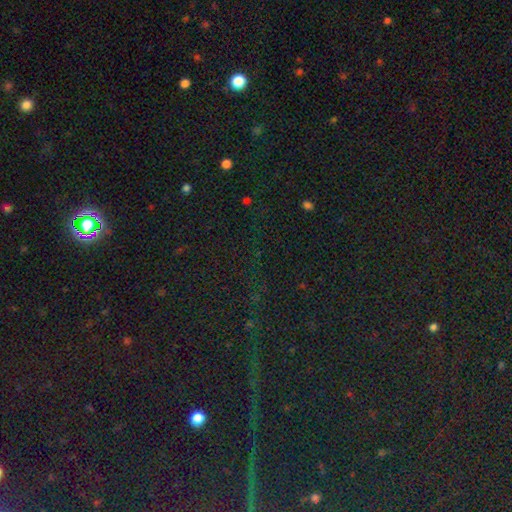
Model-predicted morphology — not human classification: Smooth or featured? star or artifact (84%)